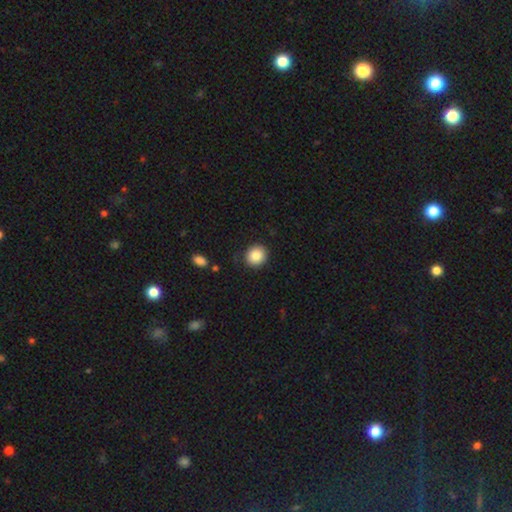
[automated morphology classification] The model was most divided on "how rounded": round: 81%, in between: 18%, cigar-shaped: 1%. More confident: merging — none (87%); smooth or featured — smooth (85%).